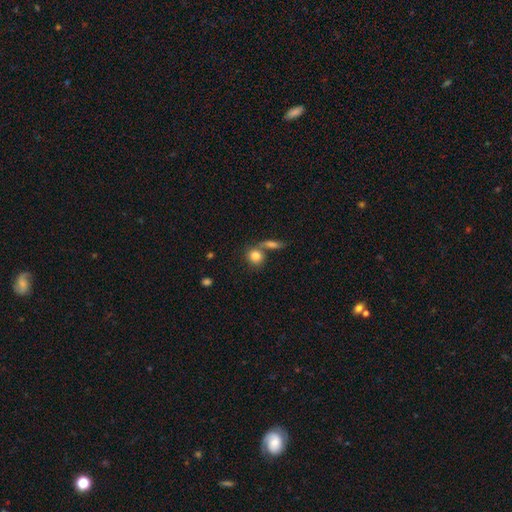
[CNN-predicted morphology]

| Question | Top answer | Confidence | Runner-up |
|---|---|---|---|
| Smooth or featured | smooth | 81% | featured or disk (10%) |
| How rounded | round | 75% | in between (23%) |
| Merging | none | 53% | merger (33%) |